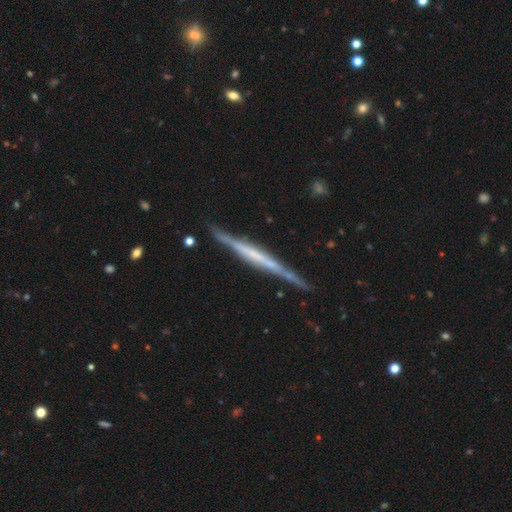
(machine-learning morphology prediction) This is likely a featured or disk galaxy (74%). It is clearly viewed edge-on (97%). Edge-on bulge: likely none (64%). Merging: clearly none (84%).